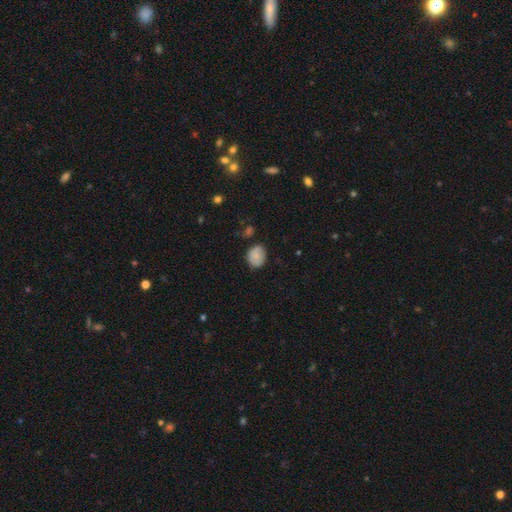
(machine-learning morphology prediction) Overall: smooth (78%). How rounded: round (59%; in between 40%). Merging: none (70%).